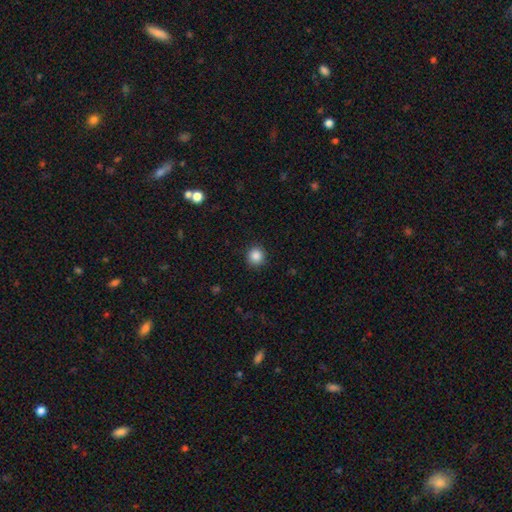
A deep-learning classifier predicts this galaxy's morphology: Smooth or featured? smooth (87%)
How rounded? round (93%)
Merging? none (91%)